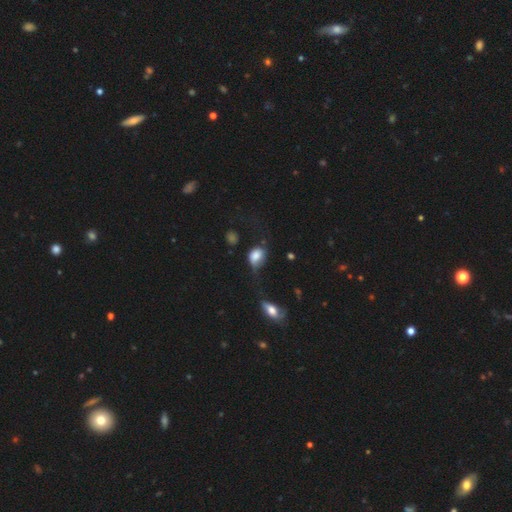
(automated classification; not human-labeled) Overall: smooth (77%). How rounded: in between (64%; round 34%). Merging: major disturbance (31%, tied with minor disturbance).